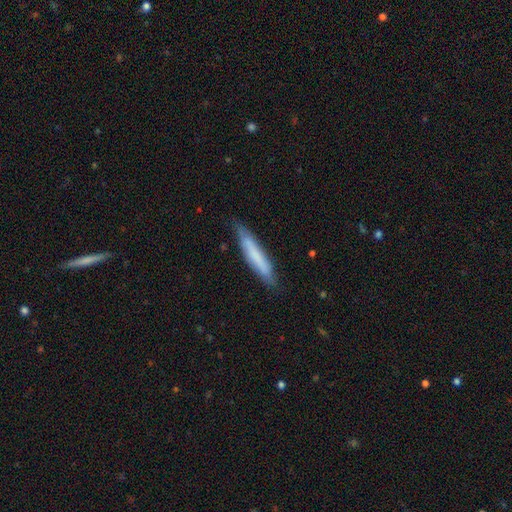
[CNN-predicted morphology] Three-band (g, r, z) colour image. It shows a smooth galaxy with no disk features (67%) that is cigar-shaped (92%). Merging: none (81%).